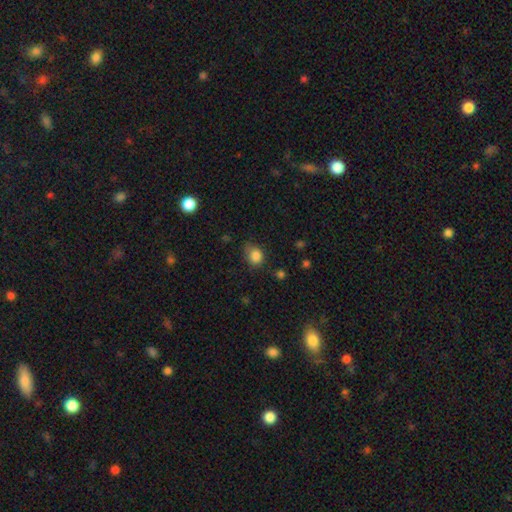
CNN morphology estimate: A smooth galaxy with no disk features (84%) that is round (57%). Merging: none (57%).